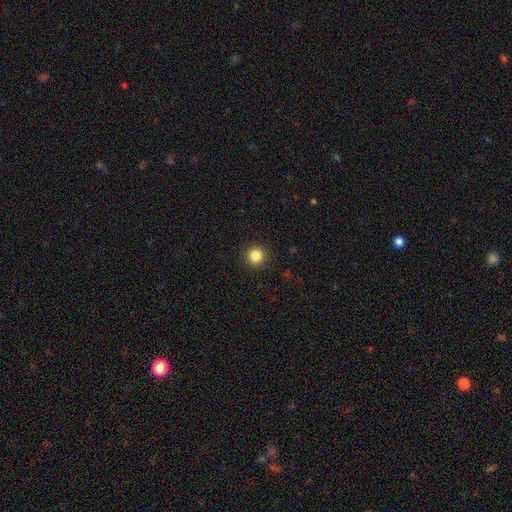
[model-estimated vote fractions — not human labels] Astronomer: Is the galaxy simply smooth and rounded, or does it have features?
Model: smooth — 85%.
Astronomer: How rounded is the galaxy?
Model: round — 95%.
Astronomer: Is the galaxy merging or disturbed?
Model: none — 93%.